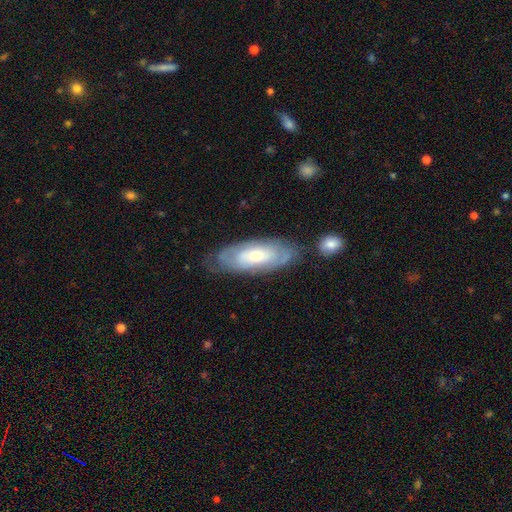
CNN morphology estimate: A featured or disk galaxy (57%).

Vote fractions:
- Smooth or featured? featured or disk: 57% / smooth: 36% / star or artifact: 6%
- Edge-on disk? no: 83% / yes: 17%
- Merging? none: 73% / minor disturbance: 18% / major disturbance: 5% / merger: 4%